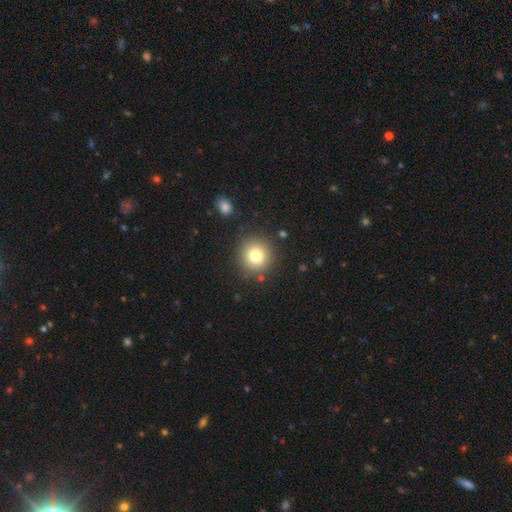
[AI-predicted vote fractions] Smooth or featured?
  - smooth: 78% *
  - star or artifact: 12%
  - featured or disk: 10%
How rounded?
  - round: 93% *
  - in between: 6%
  - cigar-shaped: 1%
Merging?
  - none: 88% *
  - minor disturbance: 7%
  - major disturbance: 3%
  - merger: 2%